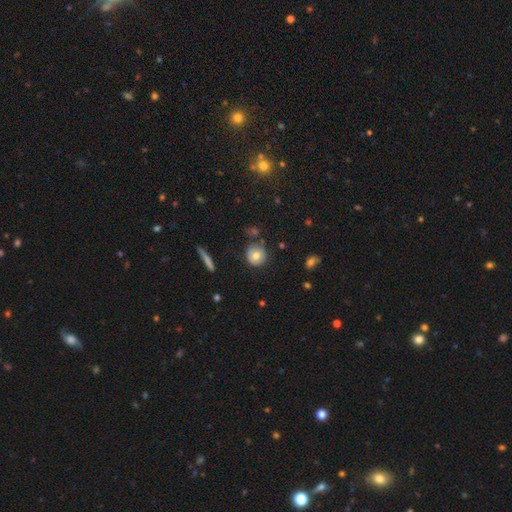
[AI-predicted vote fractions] Smooth or featured? smooth (69%)
How rounded? round (89%)
Merging? none (76%)